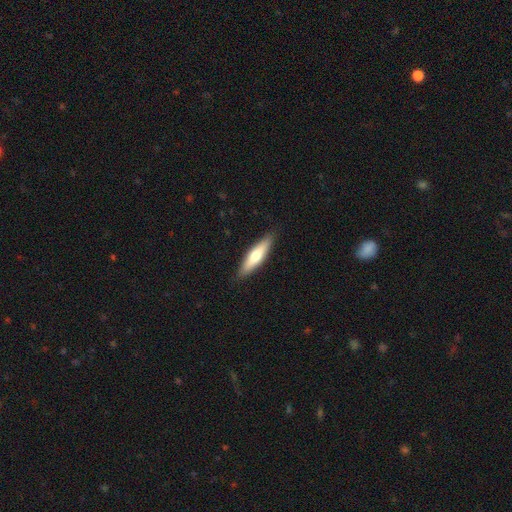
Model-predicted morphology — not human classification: Smooth or featured?
  - smooth: 63% *
  - featured or disk: 32%
  - star or artifact: 5%
How rounded?
  - cigar-shaped: 73% *
  - in between: 26%
  - round: 1%
Merging?
  - none: 88% *
  - minor disturbance: 9%
  - major disturbance: 2%
  - merger: 1%